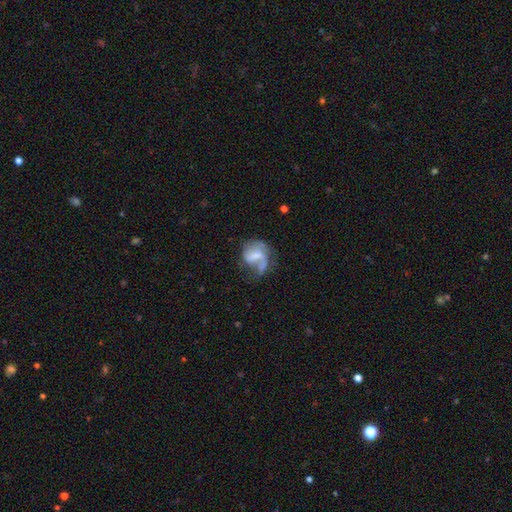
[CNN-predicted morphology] The model was most divided on "merging": major disturbance: 40%, none: 31%, minor disturbance: 23%, merger: 7%. Remaining: edge-on disk — no (98%); spiral arms — yes (73%); smooth or featured — featured or disk (62%); bar — weak (46%); bulge size — small (39%).